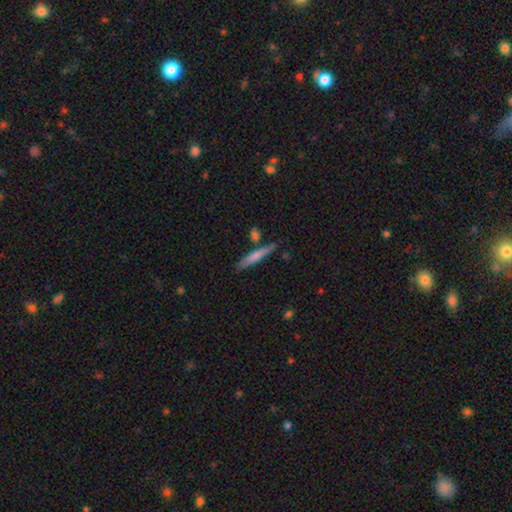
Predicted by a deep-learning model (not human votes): Overall: smooth (66%; featured or disk 28%). How rounded: cigar-shaped (93%). Merging: none (77%).